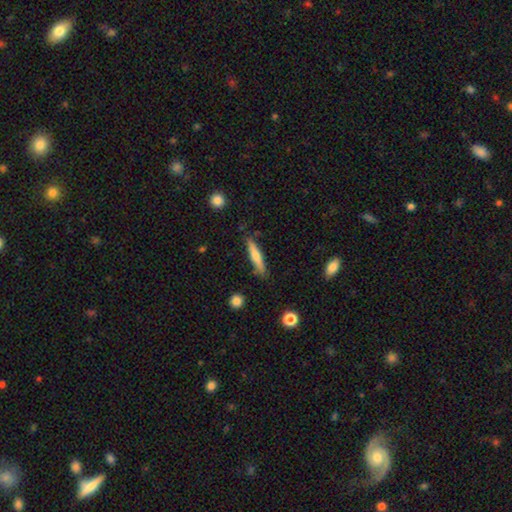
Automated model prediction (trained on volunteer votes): A smooth galaxy with no disk features (60%) that is cigar-shaped (88%). Merging: none (82%).